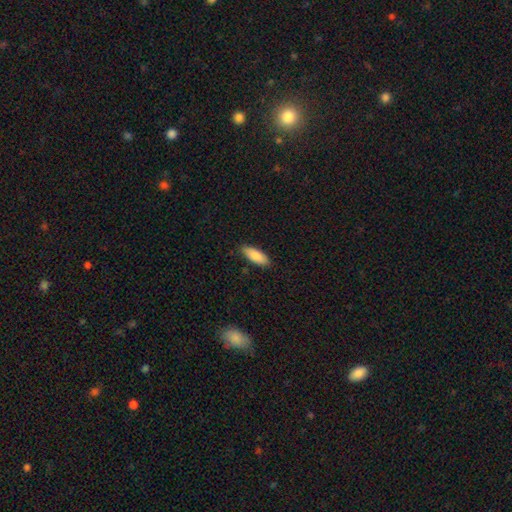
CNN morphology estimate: Smooth or featured: smooth — 87% (featured or disk — 8%)
How rounded: in between — 73% (cigar-shaped — 26%)
Merging: none — 85% (minor disturbance — 12%)